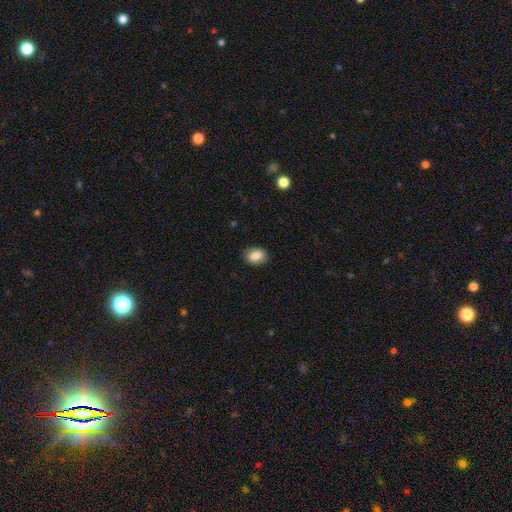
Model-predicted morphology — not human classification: Q: Smooth or featured?
A: smooth (83%); runner-up: featured or disk (9%)
Q: How rounded?
A: in between (71%); runner-up: round (28%)
Q: Merging?
A: none (86%); runner-up: minor disturbance (11%)